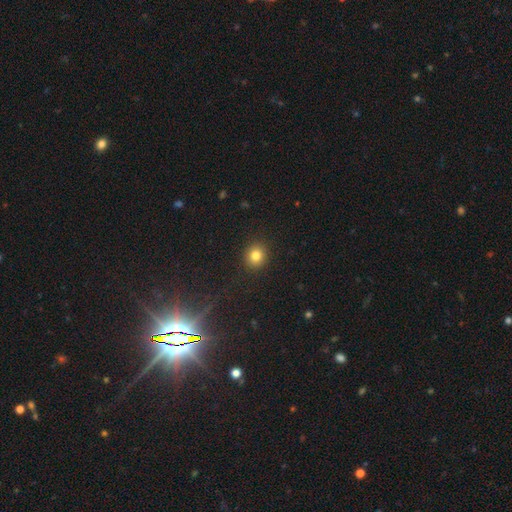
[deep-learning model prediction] This is clearly a smooth galaxy (81%). How rounded: clearly round (84%). Merging: clearly none (91%).